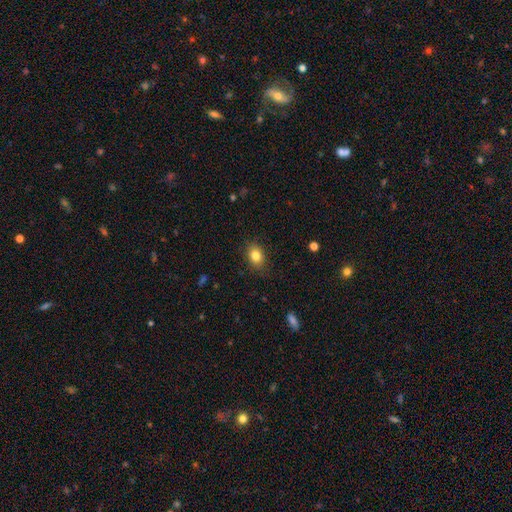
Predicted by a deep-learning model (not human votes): smooth-or-featured: smooth: 83% | star or artifact: 10% | featured or disk: 7%
  how-rounded: in between: 68% | round: 31% | cigar-shaped: 1%
  merging: none: 85% | minor disturbance: 11% | major disturbance: 3% | merger: 1%